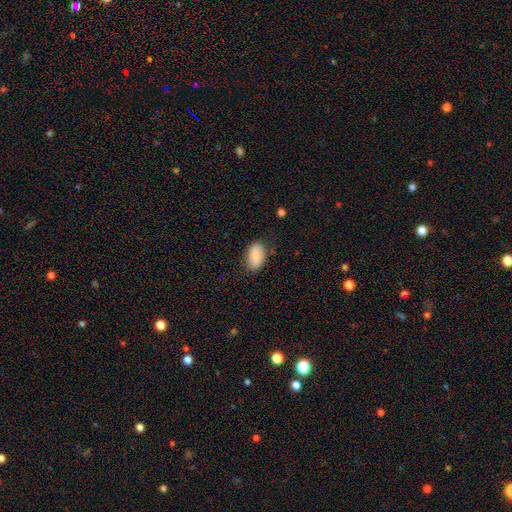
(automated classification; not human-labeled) Overall: smooth (85%). How rounded: in between (92%). Merging: none (77%).